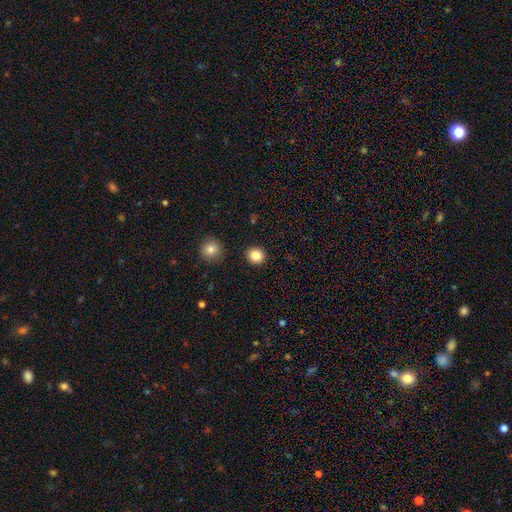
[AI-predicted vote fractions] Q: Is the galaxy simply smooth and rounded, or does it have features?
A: smooth — 84%.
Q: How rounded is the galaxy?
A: round — 88%.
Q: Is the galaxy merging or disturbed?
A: none — 92%.